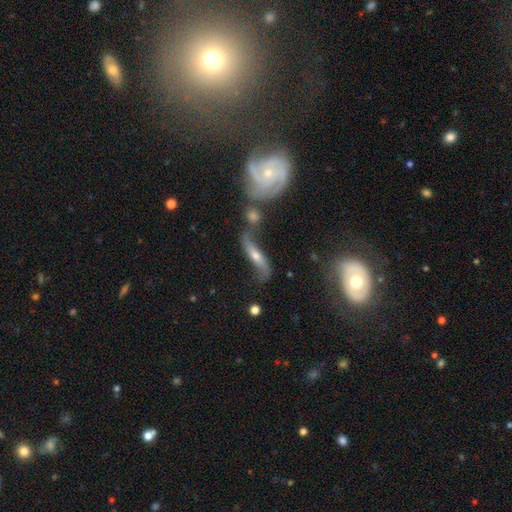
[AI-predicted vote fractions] Morphology: type=featured or disk (73%); edge-on=no (72%); bar=no (46%); spiral arms=yes (90%); bulge=moderate (50%); merging=none (41%).